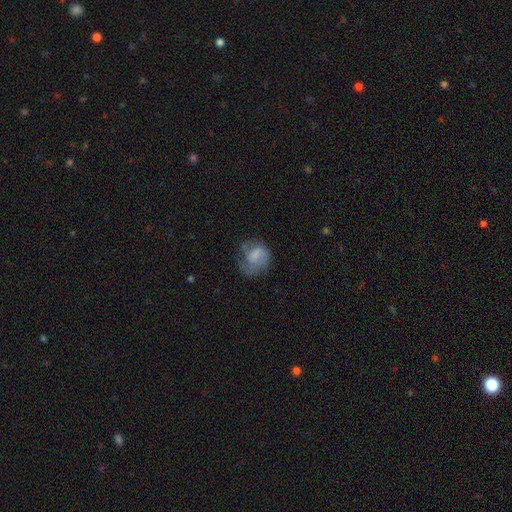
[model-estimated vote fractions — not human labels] smooth 52%, featured or disk 39%, star or artifact 9%. Down the decision tree: how rounded — round (61%); merging — none (40%).